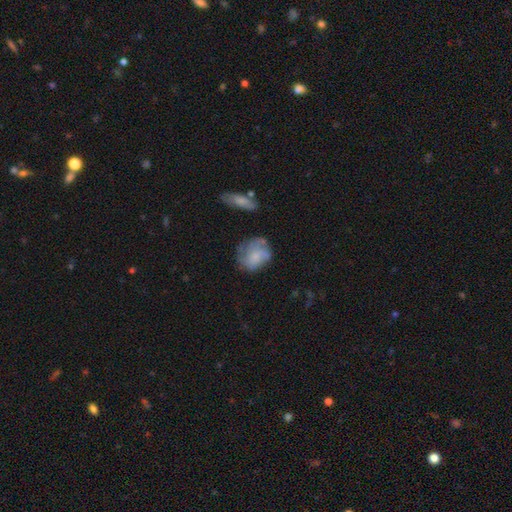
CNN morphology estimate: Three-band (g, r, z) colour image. It shows a smooth galaxy with no disk features (53%) that is round (59%). Merging: none (53%).